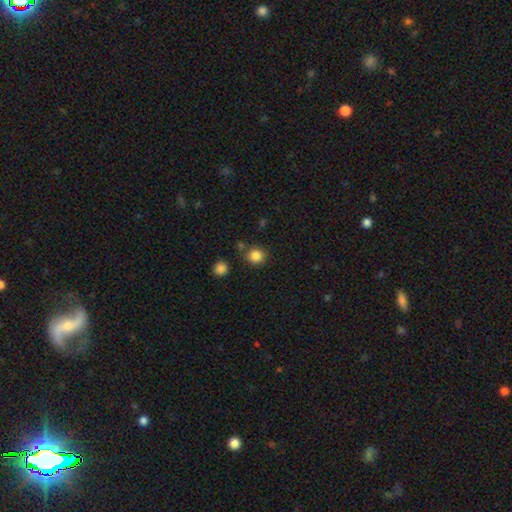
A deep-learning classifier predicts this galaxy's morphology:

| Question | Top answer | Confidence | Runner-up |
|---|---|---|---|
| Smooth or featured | smooth | 85% | star or artifact (11%) |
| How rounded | round | 90% | in between (9%) |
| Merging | none | 81% | minor disturbance (9%) |